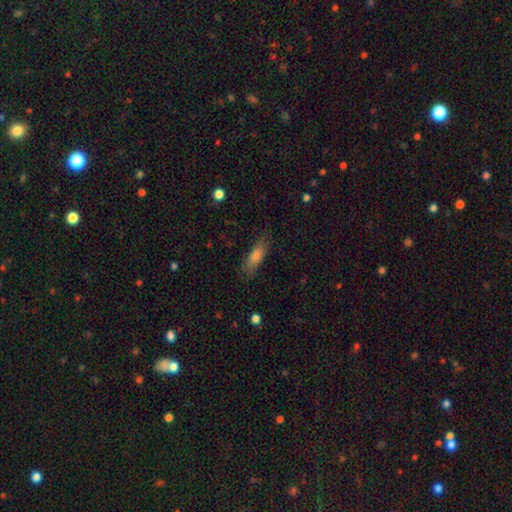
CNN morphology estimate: Smooth or featured: smooth — 73% (featured or disk — 18%)
How rounded: in between — 51% (cigar-shaped — 46%)
Merging: none — 77% (minor disturbance — 17%)